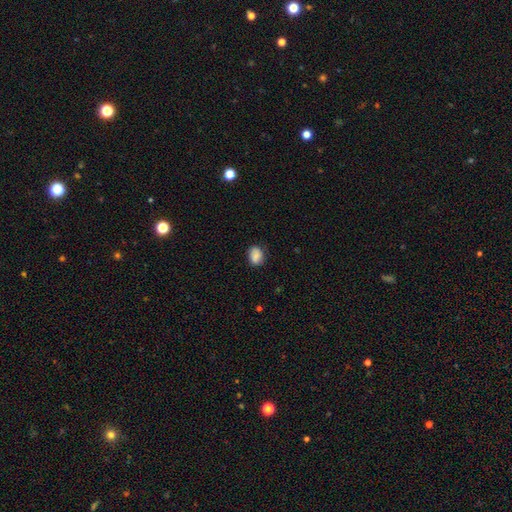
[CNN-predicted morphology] smooth_or_featured: smooth (p=0.81) [alt: featured or disk p=0.10]
how_rounded: in between (p=0.60) [alt: round p=0.38]
merging: none (p=0.76) [alt: minor disturbance p=0.19]